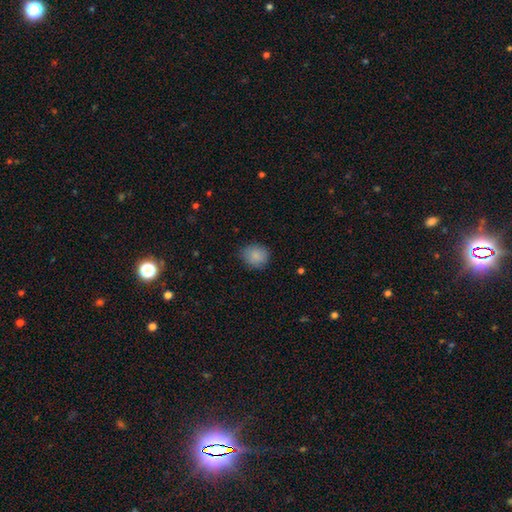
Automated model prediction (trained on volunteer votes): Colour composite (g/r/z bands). It shows a smooth galaxy with no disk features (86%) that is round (69%). Merging: none (80%).